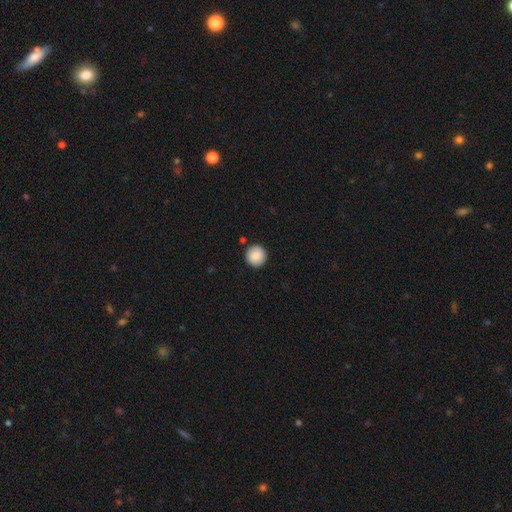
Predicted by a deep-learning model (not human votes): Smooth or featured? smooth (87%)
How rounded? round (96%)
Merging? none (90%)